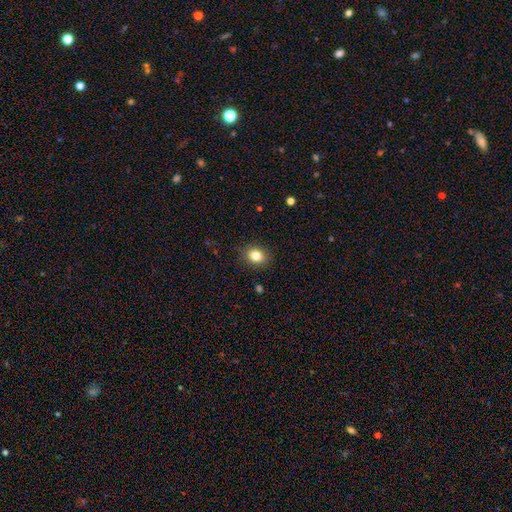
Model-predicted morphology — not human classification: type=smooth (83%); roundness=in between (53%); merging=none (87%).